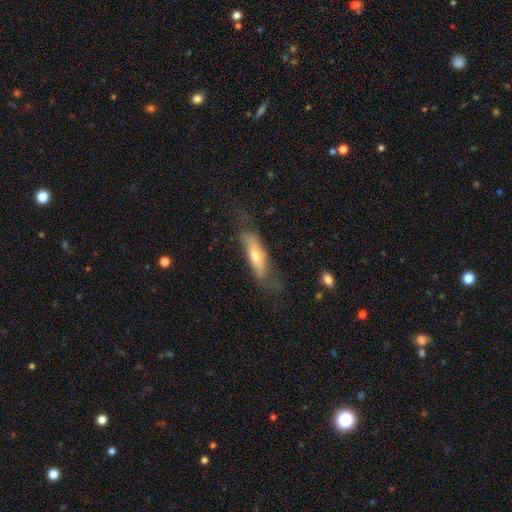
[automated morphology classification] smooth 47%, featured or disk 45%, star or artifact 8%. Down the decision tree: merging — none (57%).